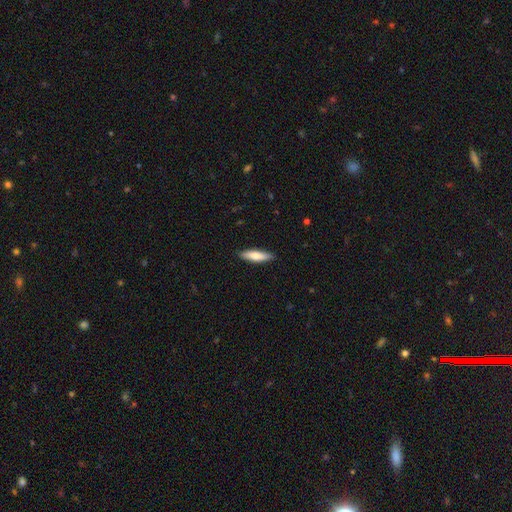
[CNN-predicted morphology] Smooth or featured: smooth — 72% (featured or disk — 23%)
How rounded: cigar-shaped — 65% (in between — 33%)
Merging: none — 88% (minor disturbance — 9%)